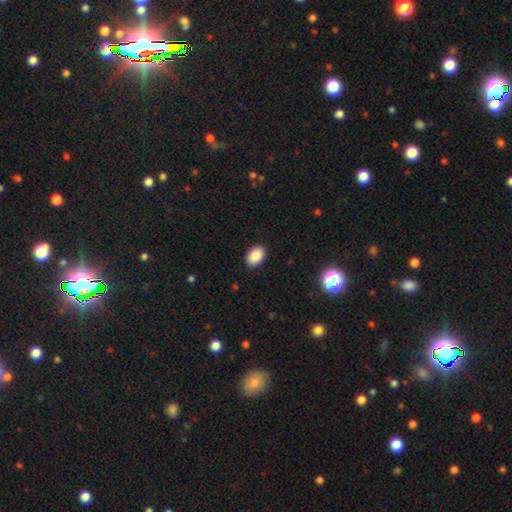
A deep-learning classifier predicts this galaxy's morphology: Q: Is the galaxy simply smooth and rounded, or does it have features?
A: smooth — 88%.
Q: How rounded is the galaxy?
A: in between — 83%.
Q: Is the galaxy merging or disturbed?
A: none — 90%.